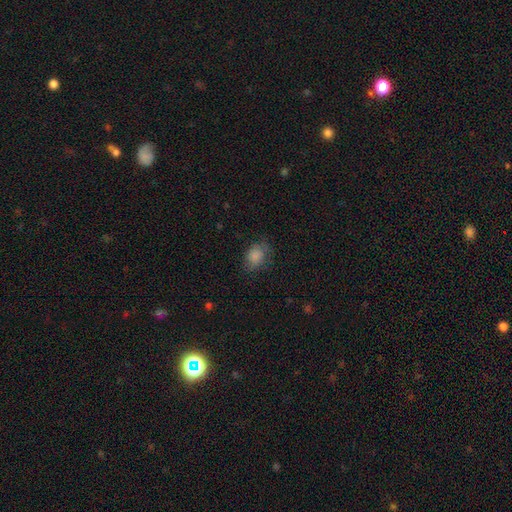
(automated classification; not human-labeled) Overall: smooth (82%). How rounded: in between (65%; round 34%). Merging: none (65%).